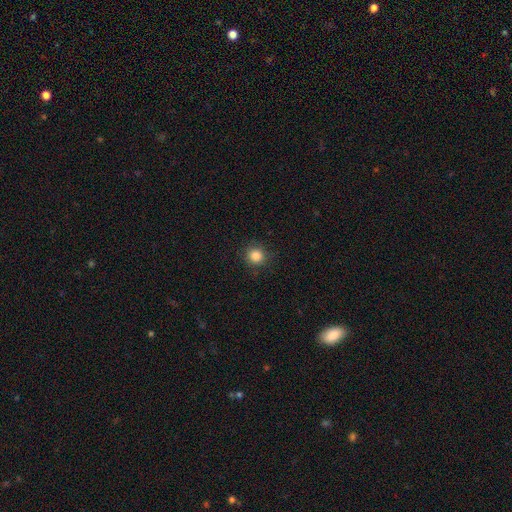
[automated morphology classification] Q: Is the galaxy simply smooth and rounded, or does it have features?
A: smooth — 85%.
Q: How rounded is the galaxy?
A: round — 92%.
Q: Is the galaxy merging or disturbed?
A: none — 88%.